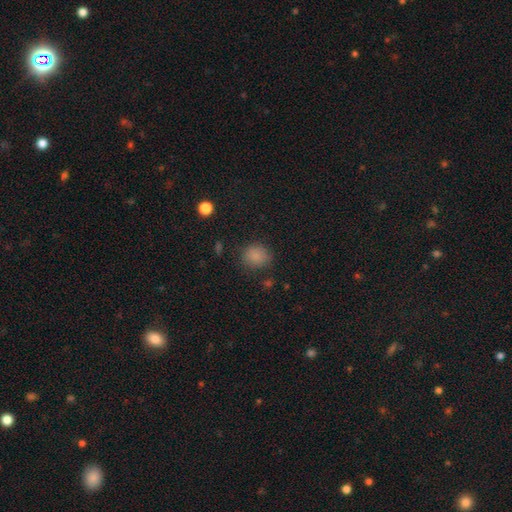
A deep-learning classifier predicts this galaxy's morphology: A smooth galaxy with no disk features (84%) that is round (78%). Merging: none (79%).